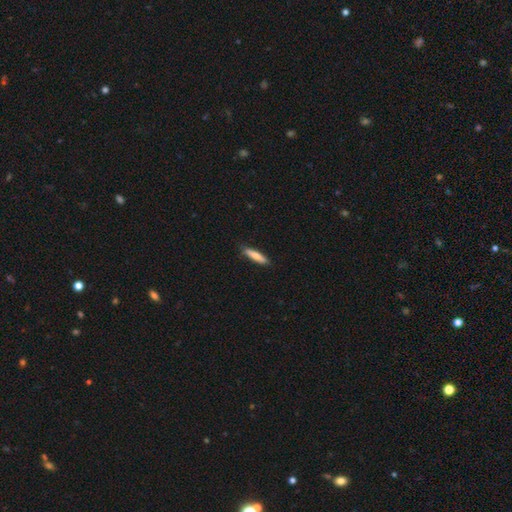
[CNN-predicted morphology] Smooth or featured? Predicted: smooth (p=0.75). How rounded? Predicted: cigar-shaped (p=0.83). Merging? Predicted: none (p=0.86).